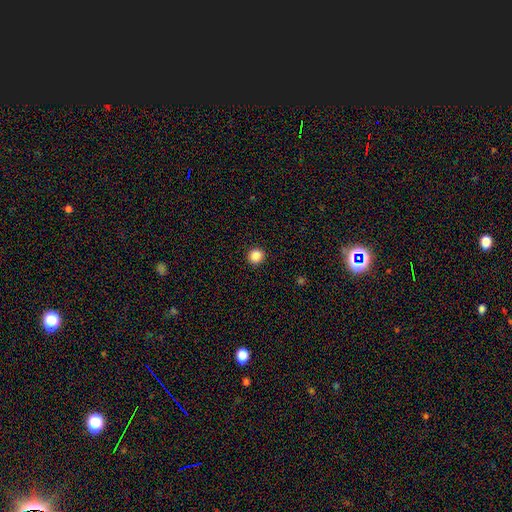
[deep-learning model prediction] Q: Smooth or featured?
A: smooth (87%); runner-up: star or artifact (10%)
Q: How rounded?
A: round (92%); runner-up: in between (7%)
Q: Merging?
A: none (93%); runner-up: minor disturbance (4%)